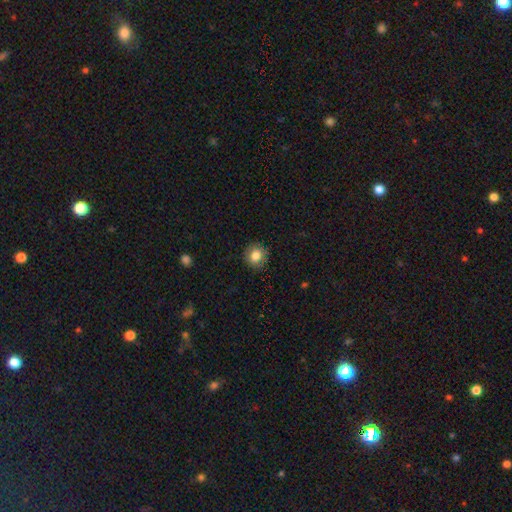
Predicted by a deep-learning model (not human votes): smooth-or-featured: smooth: 83% | star or artifact: 10% | featured or disk: 7%
  how-rounded: round: 84% | in between: 15% | cigar-shaped: 1%
  merging: none: 86% | minor disturbance: 11% | major disturbance: 2% | merger: 1%